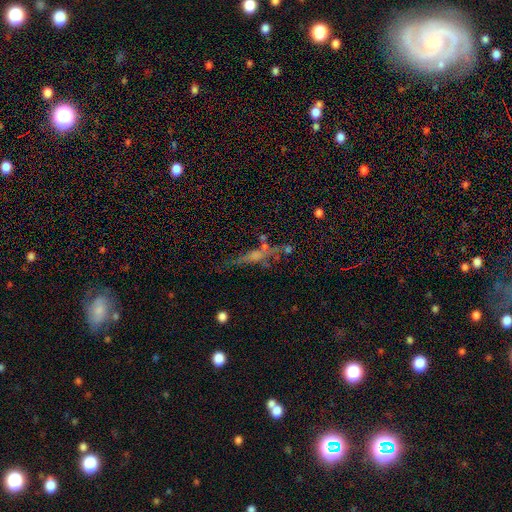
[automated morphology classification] type=featured or disk (42%); merging=none (62%).